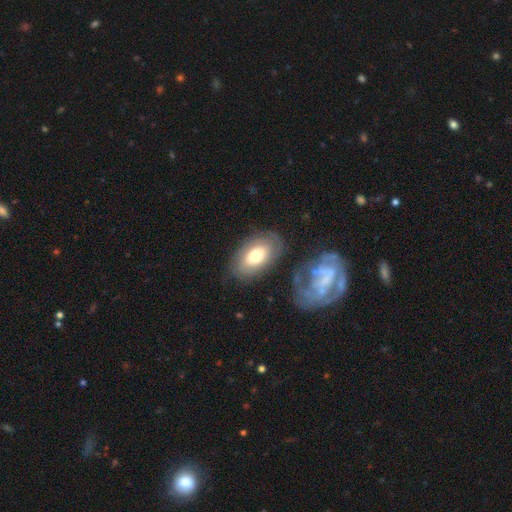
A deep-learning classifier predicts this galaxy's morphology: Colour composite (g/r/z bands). It shows a smooth galaxy with no disk features (55%) that is in between round and cigar-shaped (91%). Merging: none (73%).